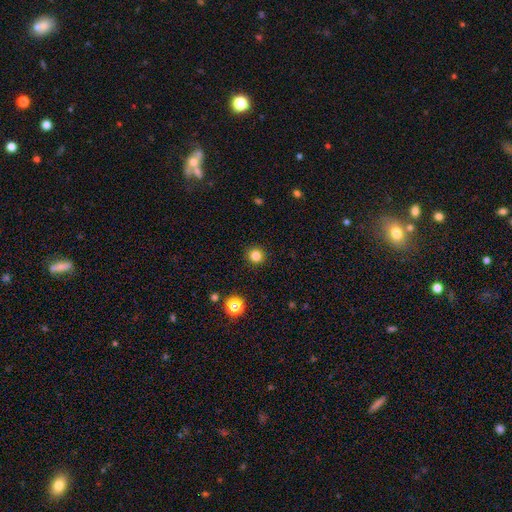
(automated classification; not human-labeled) Smooth or featured?
  - smooth: 83% *
  - star or artifact: 13%
  - featured or disk: 4%
How rounded?
  - round: 93% *
  - in between: 6%
  - cigar-shaped: 1%
Merging?
  - none: 92% *
  - minor disturbance: 5%
  - major disturbance: 2%
  - merger: 1%